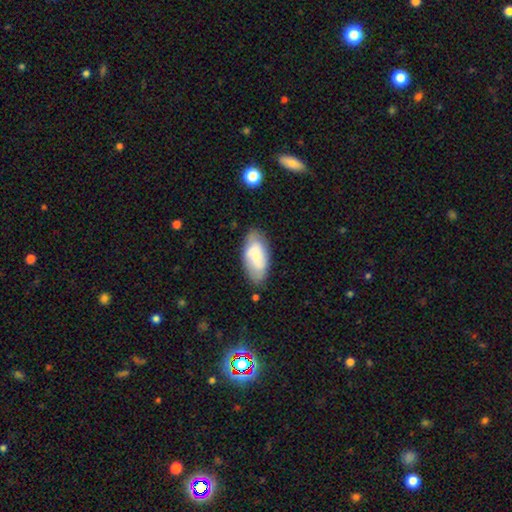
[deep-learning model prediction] smooth-or-featured: smooth: 53% | featured or disk: 40% | star or artifact: 7%
  how-rounded: in between: 92% | cigar-shaped: 5% | round: 3%
  merging: none: 73% | minor disturbance: 20% | major disturbance: 5% | merger: 2%